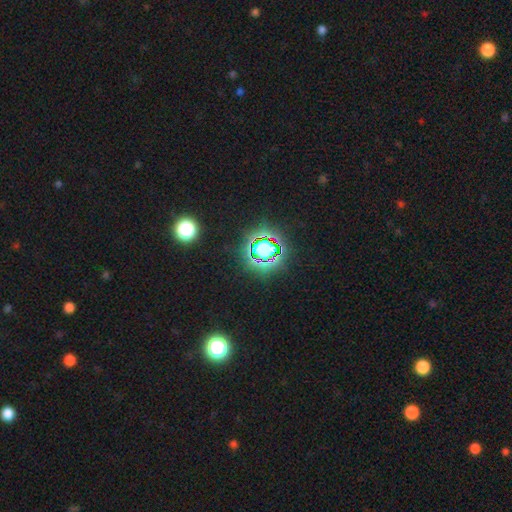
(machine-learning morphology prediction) Smooth or featured? Predicted: star or artifact (p=0.82).